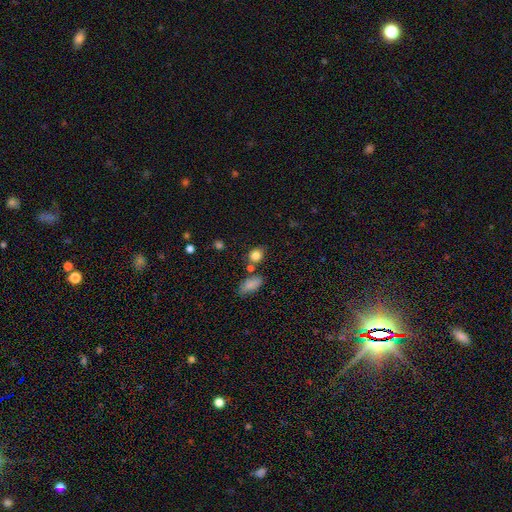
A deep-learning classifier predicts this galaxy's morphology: Overall: smooth (83%). How rounded: round (63%; in between 35%). Merging: none (71%).